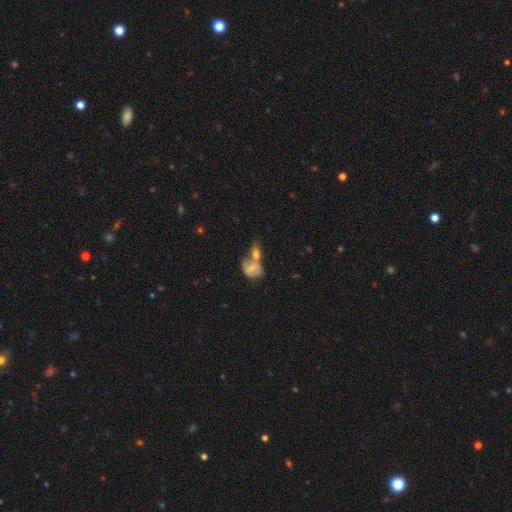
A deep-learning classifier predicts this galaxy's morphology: This appears to be a featured or disk galaxy (46%). Merging: merger (52%).